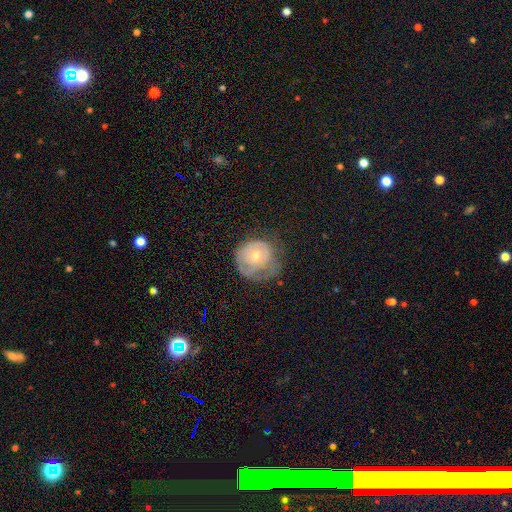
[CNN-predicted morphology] smooth-or-featured: featured or disk: 55% | smooth: 37% | star or artifact: 8%
  disk-edge-on: no: 97% | yes: 3%
    bar: no: 85% | weak: 12% | strong: 3%
    has-spiral-arms: yes: 63% | no: 37%
    bulge-size: moderate: 57% | small: 39% | large: 2% | none: 1% | dominant: 1%
  merging: none: 51% | minor disturbance: 30% | major disturbance: 18% | merger: 2%